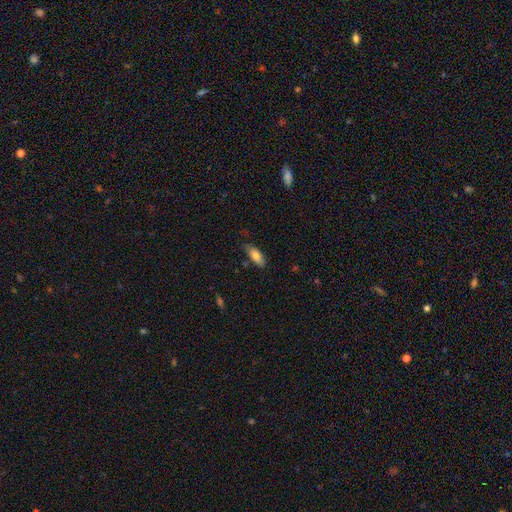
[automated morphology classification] smooth 77%, featured or disk 16%, star or artifact 7%. Down the decision tree: how rounded — in between (77%); merging — none (73%).